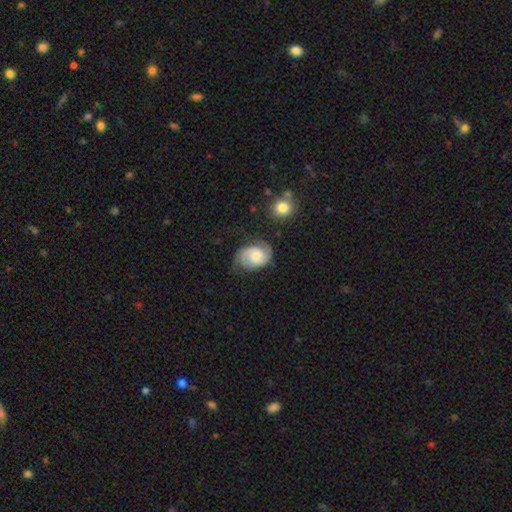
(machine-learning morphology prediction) This appears to be a featured or disk galaxy (67%) with no bar (56%), 2 (82%) medium (46%) spiral arms (94%) and a moderate central bulge (34%). Merging: none (58%).